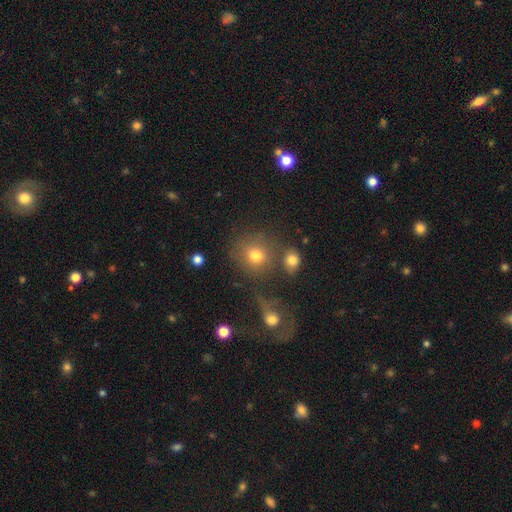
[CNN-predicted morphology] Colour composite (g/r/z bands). It shows a smooth galaxy with no disk features (74%) that is round (84%). Merging: none (63%).